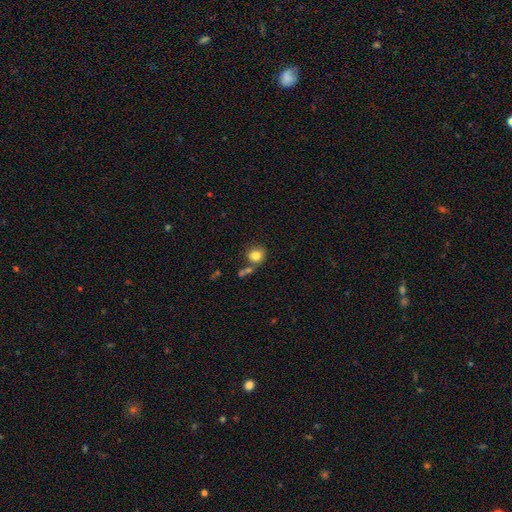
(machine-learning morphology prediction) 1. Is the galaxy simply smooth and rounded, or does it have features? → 82% smooth, 10% star or artifact, 8% featured or disk.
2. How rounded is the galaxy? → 84% round, 15% in between, 1% cigar-shaped.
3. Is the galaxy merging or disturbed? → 62% none, 19% merger, 14% minor disturbance, 6% major disturbance.